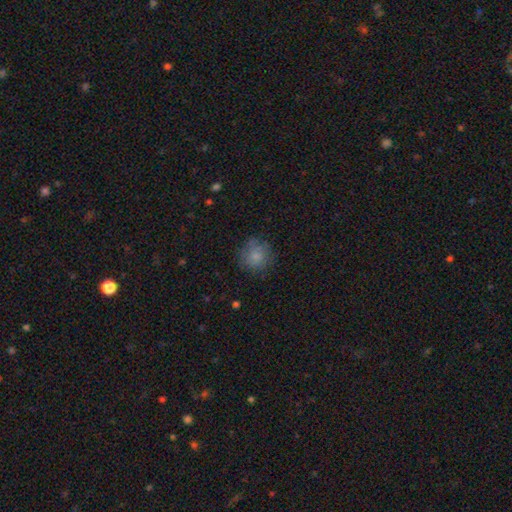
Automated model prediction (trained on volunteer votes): A smooth galaxy with no disk features (81%) that is round (90%).

Vote fractions:
- Smooth or featured? smooth: 81% / featured or disk: 10% / star or artifact: 9%
- How rounded? round: 90% / in between: 9% / cigar-shaped: 1%
- Merging? none: 75% / minor disturbance: 17% / major disturbance: 6% / merger: 2%